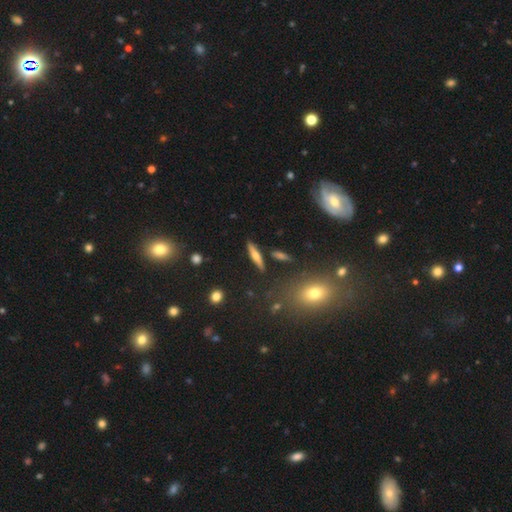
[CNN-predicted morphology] Overall: featured or disk (48%; smooth 44%). Merging: none (85%).